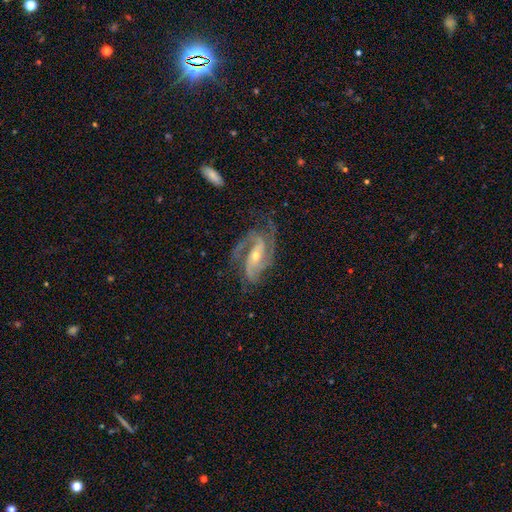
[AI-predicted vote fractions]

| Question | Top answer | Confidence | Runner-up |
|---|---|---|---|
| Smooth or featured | featured or disk | 91% | star or artifact (5%) |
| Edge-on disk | no | 97% | yes (3%) |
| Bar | no | 38% | weak (34%) |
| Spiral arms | yes | 98% | no (2%) |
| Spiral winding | medium | 53% | tight (32%) |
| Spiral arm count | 2 | 45% | 3 (35%) |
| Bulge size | small | 58% | moderate (39%) |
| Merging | none | 68% | minor disturbance (19%) |